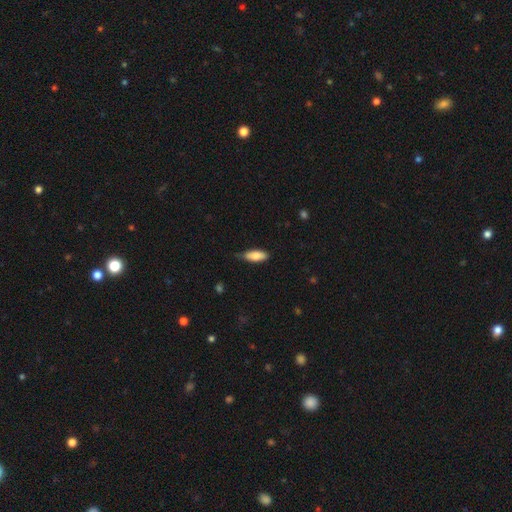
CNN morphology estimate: A smooth galaxy with no disk features (78%) that is in between round and cigar-shaped (75%). Merging: none (63%).